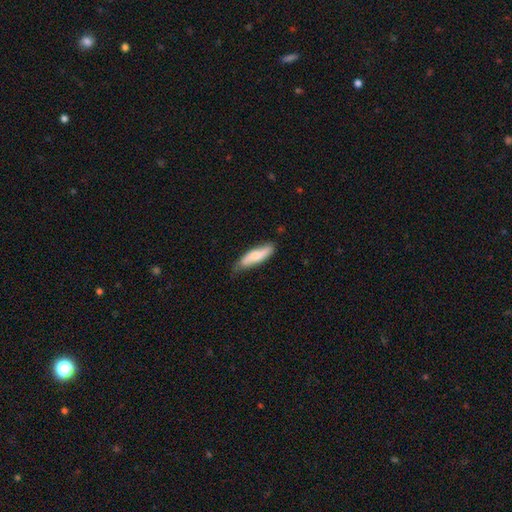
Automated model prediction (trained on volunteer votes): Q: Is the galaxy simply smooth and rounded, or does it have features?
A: smooth — 68%.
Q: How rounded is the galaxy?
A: cigar-shaped — 60%.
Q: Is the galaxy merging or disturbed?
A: none — 65%.